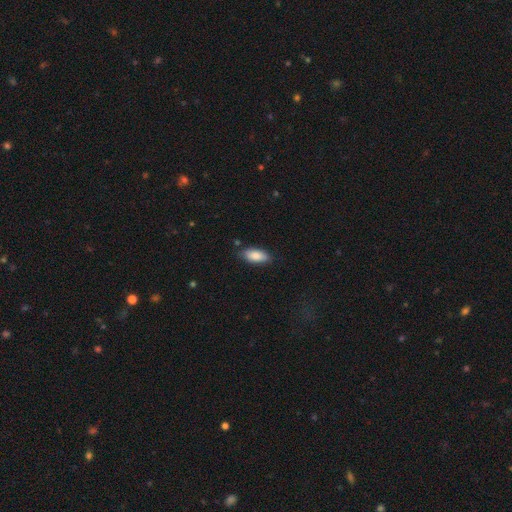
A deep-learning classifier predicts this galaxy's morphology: Smooth or featured? smooth (86%)
How rounded? in between (86%)
Merging? none (80%)